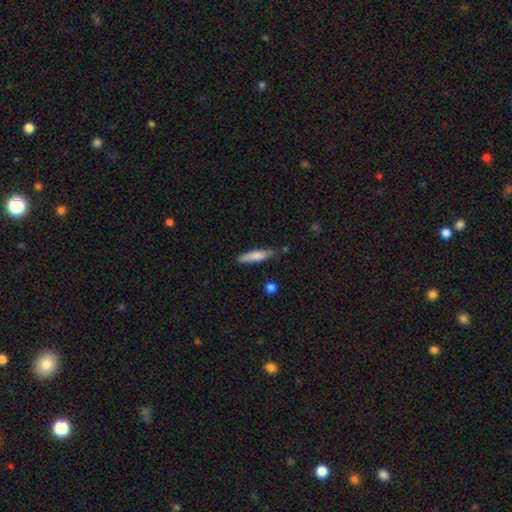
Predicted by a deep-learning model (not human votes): Smooth or featured?
  - smooth: 80% *
  - featured or disk: 14%
  - star or artifact: 6%
How rounded?
  - cigar-shaped: 77% *
  - in between: 21%
  - round: 2%
Merging?
  - none: 74% *
  - minor disturbance: 20%
  - major disturbance: 3%
  - merger: 3%